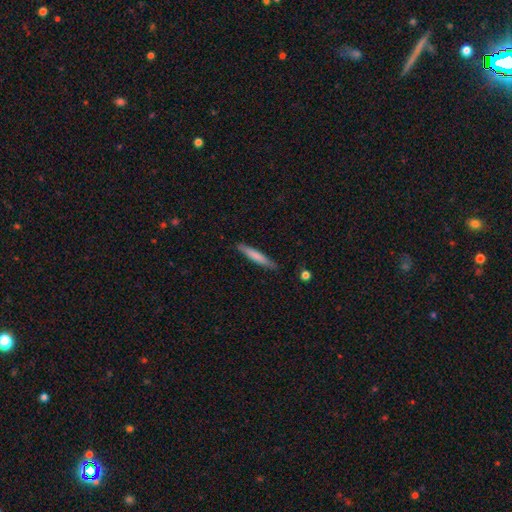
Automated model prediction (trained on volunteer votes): Overall: smooth (72%). How rounded: cigar-shaped (94%). Merging: none (87%).